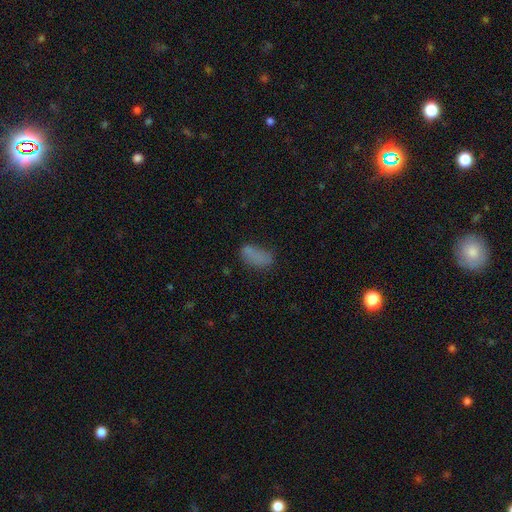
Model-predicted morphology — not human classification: Smooth or featured? Predicted: smooth (p=0.75). How rounded? Predicted: in between (p=0.87). Merging? Predicted: none (p=0.54).